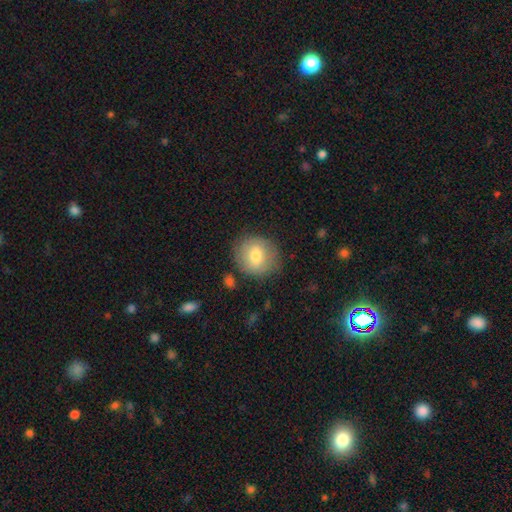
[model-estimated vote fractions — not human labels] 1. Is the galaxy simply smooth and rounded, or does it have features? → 70% smooth, 23% featured or disk, 8% star or artifact.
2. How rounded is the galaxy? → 85% round, 14% in between, 1% cigar-shaped.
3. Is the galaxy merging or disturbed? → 78% none, 15% minor disturbance, 5% major disturbance, 2% merger.